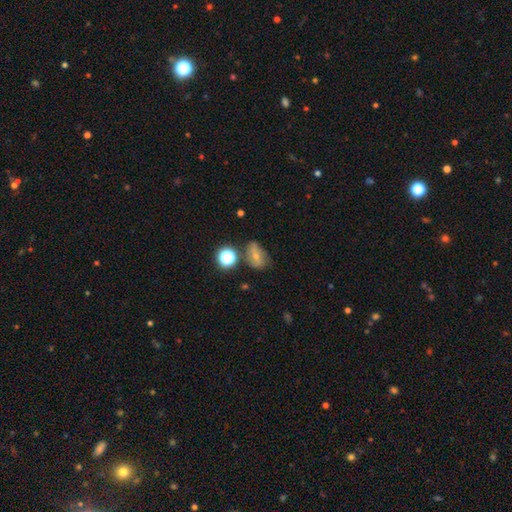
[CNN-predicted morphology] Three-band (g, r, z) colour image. It shows a smooth galaxy with no disk features (54%) that is in between round and cigar-shaped (65%). Merging: none (52%).